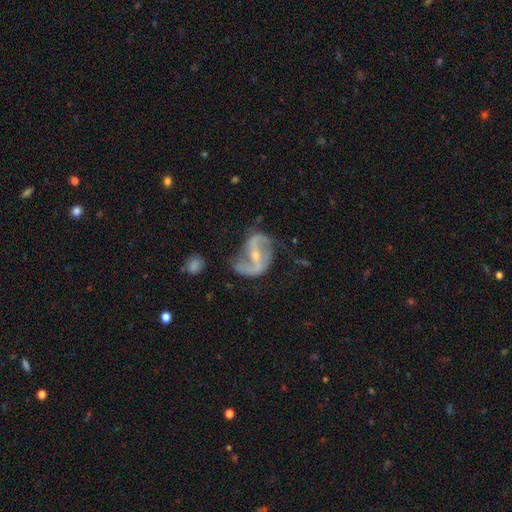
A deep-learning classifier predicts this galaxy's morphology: Overall: featured or disk (88%). Edge-on disk: no (96%). Bar: strong (59%; weak 26%). Spiral arms: yes (94%). Spiral arm count: 2 (90%). Spiral winding: loose (53%; medium 36%). Bulge size: small (62%; moderate 35%). Merging: none (62%; minor disturbance 22%).